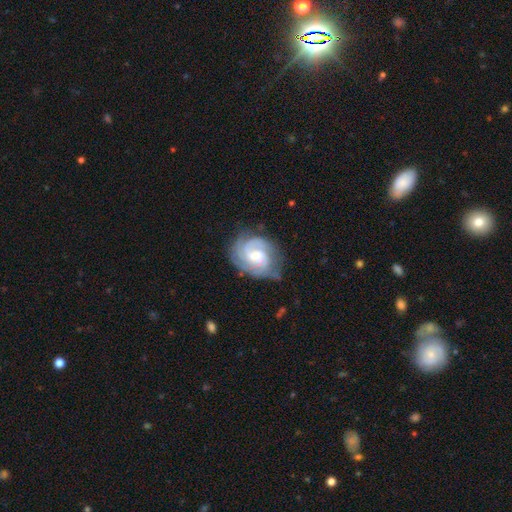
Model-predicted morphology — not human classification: smooth_or_featured: featured or disk (p=0.86) [alt: smooth p=0.09]
disk_edge_on: no (p=0.98) [alt: yes p=0.02]
bar: weak (p=0.48) [alt: no p=0.43]
has_spiral_arms: yes (p=0.97) [alt: no p=0.03]
spiral_winding: tight (p=0.64) [alt: medium p=0.31]
spiral_arm_count: 3 (p=0.31) [alt: 2 p=0.27]
bulge_size: small (p=0.47) [alt: moderate p=0.44]
merging: none (p=0.69) [alt: minor disturbance p=0.22]